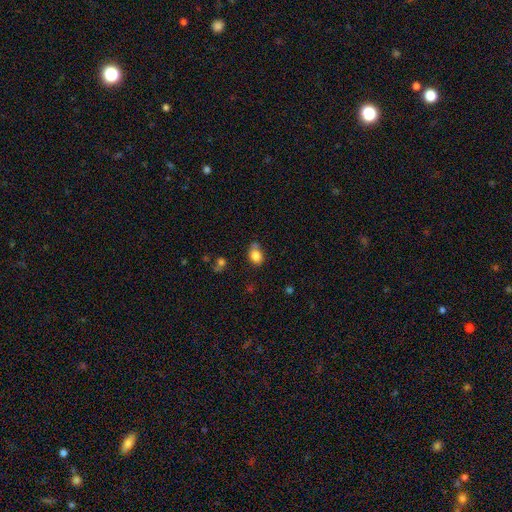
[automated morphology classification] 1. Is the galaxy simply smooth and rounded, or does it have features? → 83% smooth, 10% star or artifact, 7% featured or disk.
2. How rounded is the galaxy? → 65% in between, 34% round, 1% cigar-shaped.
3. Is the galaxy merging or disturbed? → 56% none, 28% minor disturbance, 9% merger, 7% major disturbance.